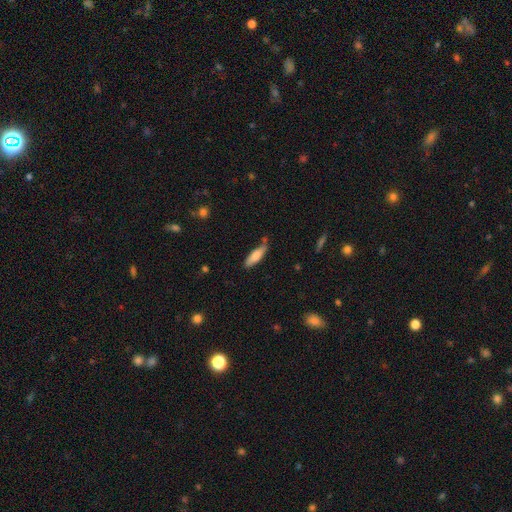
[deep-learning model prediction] This appears to be a smooth galaxy with no disk features (74%) that is cigar-shaped (56%). Merging: none (66%).